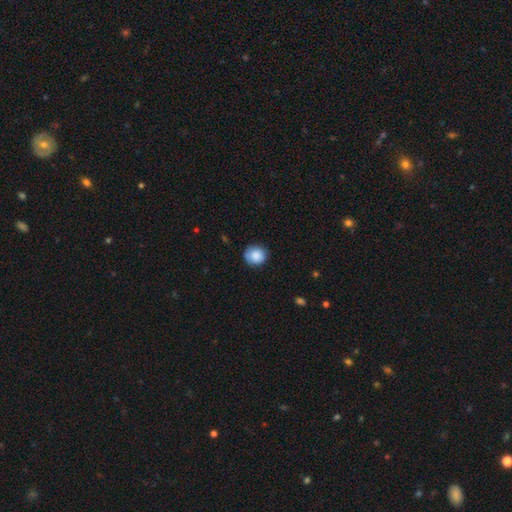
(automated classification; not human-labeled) Q: Smooth or featured?
A: smooth (87%); runner-up: star or artifact (8%)
Q: How rounded?
A: round (86%); runner-up: in between (13%)
Q: Merging?
A: none (81%); runner-up: minor disturbance (15%)